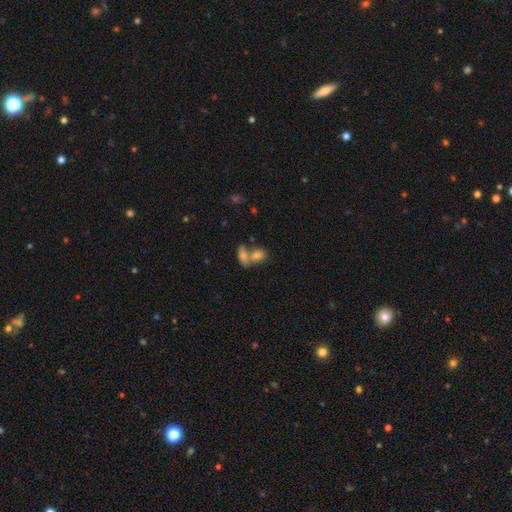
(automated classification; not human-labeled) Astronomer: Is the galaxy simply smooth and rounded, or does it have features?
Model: smooth — 78%.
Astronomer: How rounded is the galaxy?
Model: in between — 76%.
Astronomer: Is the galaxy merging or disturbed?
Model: merger — 59%.